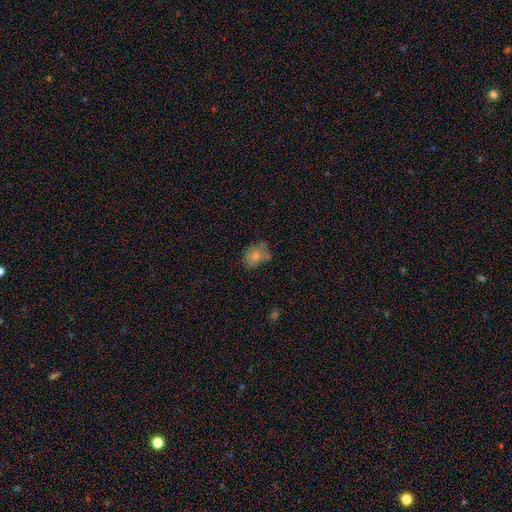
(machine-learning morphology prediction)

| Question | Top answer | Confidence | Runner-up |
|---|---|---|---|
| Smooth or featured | smooth | 74% | featured or disk (16%) |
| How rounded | in between | 59% | round (40%) |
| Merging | none | 51% | minor disturbance (31%) |